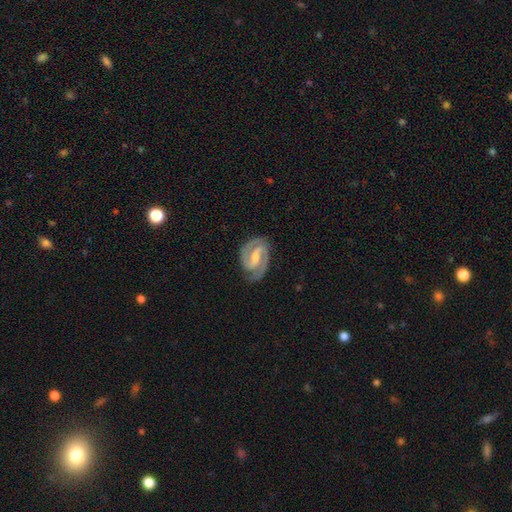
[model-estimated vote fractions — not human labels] Smooth or featured? featured or disk (91%)
Edge-on disk? no (98%)
Bar? weak (45%)
Spiral arms? yes (98%)
Spiral winding? medium (48%)
Spiral arm count? 2 (92%)
Bulge size? moderate (40%)
Merging? none (82%)